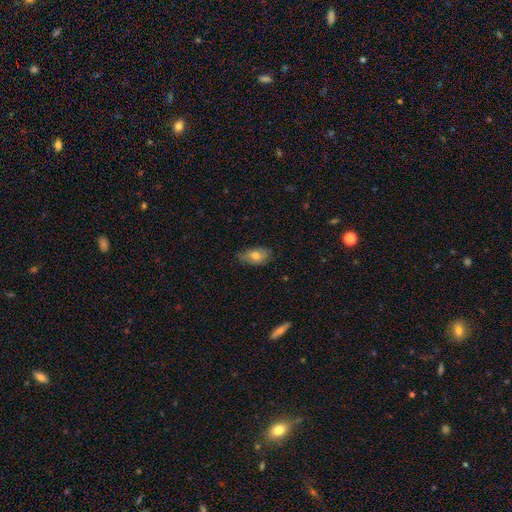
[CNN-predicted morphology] smooth_or_featured: smooth (p=0.69) [alt: featured or disk p=0.23]
how_rounded: in between (p=0.89) [alt: round p=0.07]
merging: none (p=0.63) [alt: minor disturbance p=0.30]